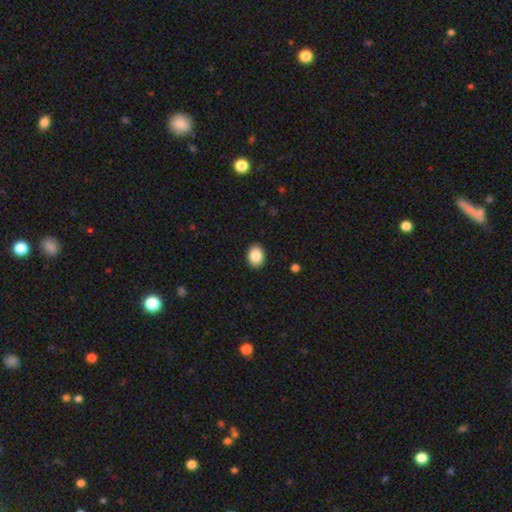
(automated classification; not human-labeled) This is clearly a smooth galaxy (88%). How rounded: likely in between (61%). Merging: clearly none (91%).